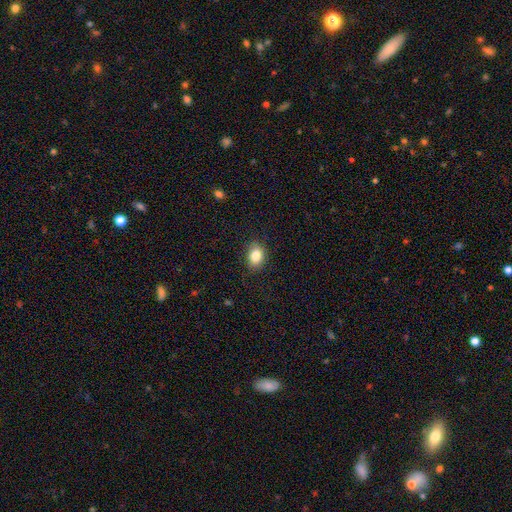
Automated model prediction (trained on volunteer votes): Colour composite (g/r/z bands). It shows a smooth galaxy with no disk features (84%) that is in between round and cigar-shaped (67%). Merging: none (85%).